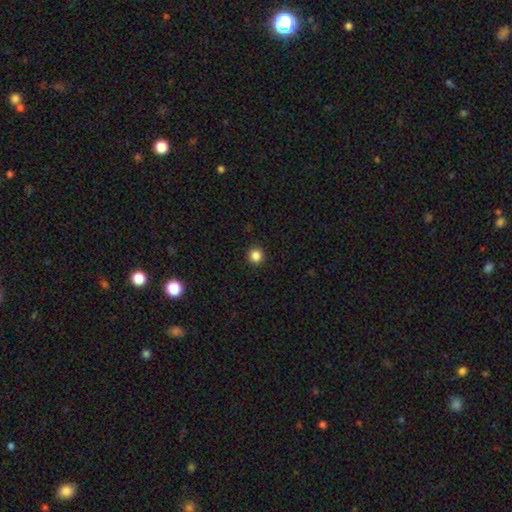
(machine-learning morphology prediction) smooth 85%, star or artifact 12%, featured or disk 3%. Down the decision tree: how rounded — round (96%); merging — none (93%).